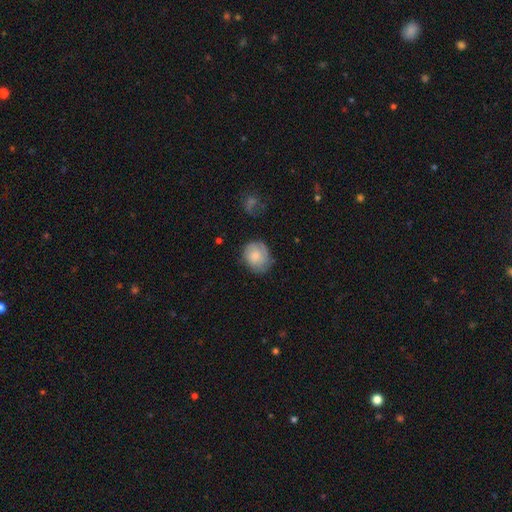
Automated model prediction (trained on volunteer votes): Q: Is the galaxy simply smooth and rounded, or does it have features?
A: smooth — 59%.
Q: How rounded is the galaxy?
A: round — 70%.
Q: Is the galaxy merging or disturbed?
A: none — 66%.